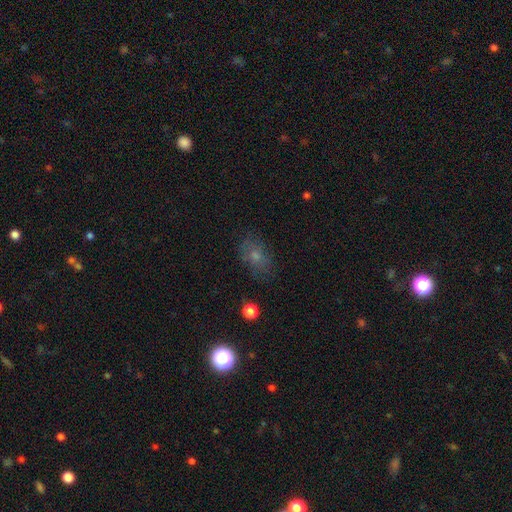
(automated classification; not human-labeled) Smooth or featured? Predicted: smooth (p=0.60). How rounded? Predicted: in between (p=0.74). Merging? Predicted: none (p=0.74).